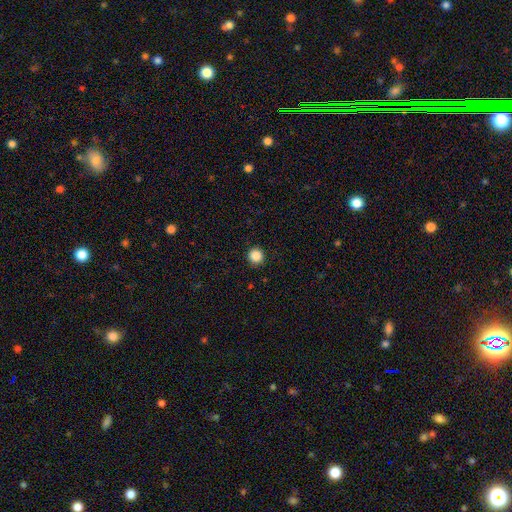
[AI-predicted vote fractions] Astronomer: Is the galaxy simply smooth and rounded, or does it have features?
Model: smooth — 87%.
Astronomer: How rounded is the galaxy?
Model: round — 95%.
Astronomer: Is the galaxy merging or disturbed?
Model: none — 93%.